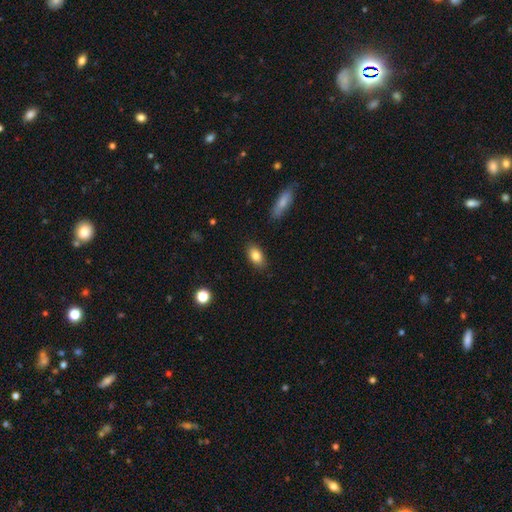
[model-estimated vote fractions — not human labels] This appears to be a smooth galaxy with no disk features (84%) that is in between round and cigar-shaped (89%). Merging: none (87%).